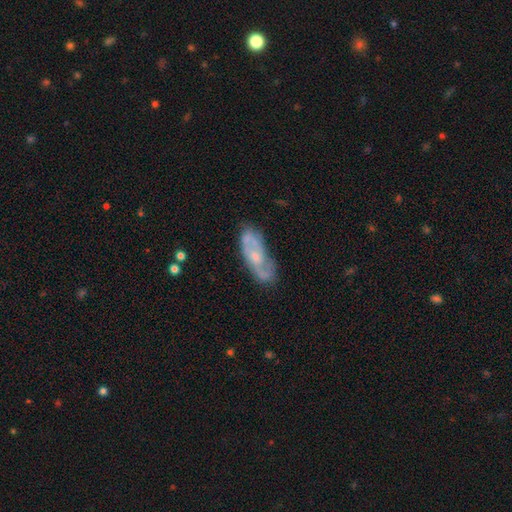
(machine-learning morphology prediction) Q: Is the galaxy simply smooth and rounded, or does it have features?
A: featured or disk — 68%.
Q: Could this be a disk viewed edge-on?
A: no — 87%.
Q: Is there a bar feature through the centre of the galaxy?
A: no — 69%.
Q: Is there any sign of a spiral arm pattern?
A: yes — 73%.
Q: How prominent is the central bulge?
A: small — 50%.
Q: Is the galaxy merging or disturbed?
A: none — 68%.